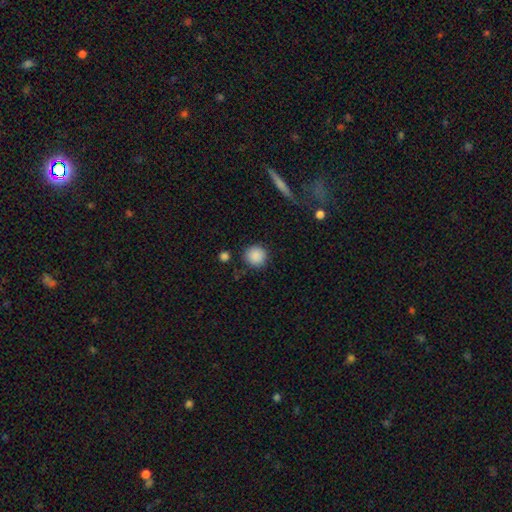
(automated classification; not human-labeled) Smooth or featured? Predicted: smooth (p=0.88). How rounded? Predicted: round (p=0.93). Merging? Predicted: none (p=0.87).